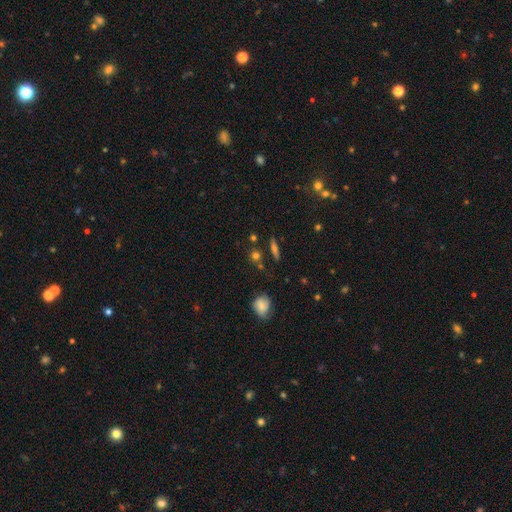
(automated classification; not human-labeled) smooth_or_featured: smooth (p=0.67) [alt: featured or disk p=0.18]
how_rounded: round (p=0.66) [alt: in between p=0.18]
merging: none (p=0.78) [alt: minor disturbance p=0.11]